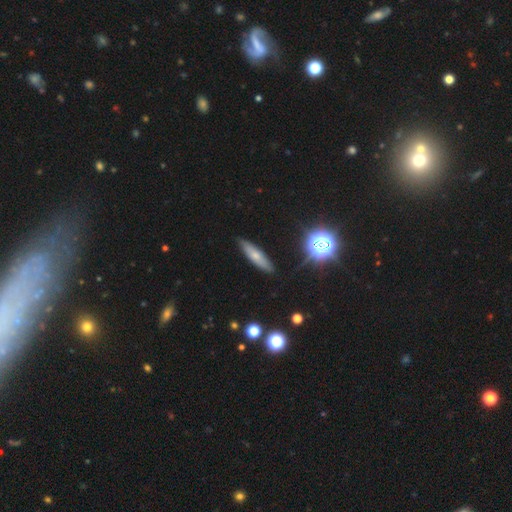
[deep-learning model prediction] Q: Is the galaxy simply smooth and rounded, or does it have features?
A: smooth — 58%.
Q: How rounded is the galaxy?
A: cigar-shaped — 70%.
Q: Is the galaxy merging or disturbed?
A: none — 84%.